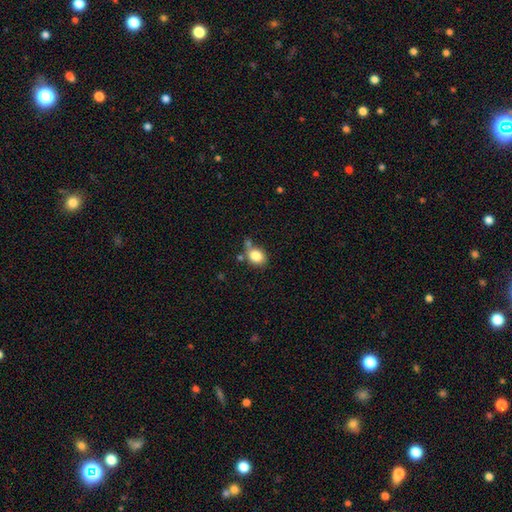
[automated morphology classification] type=smooth (83%); roundness=round (52%); merging=none (58%).